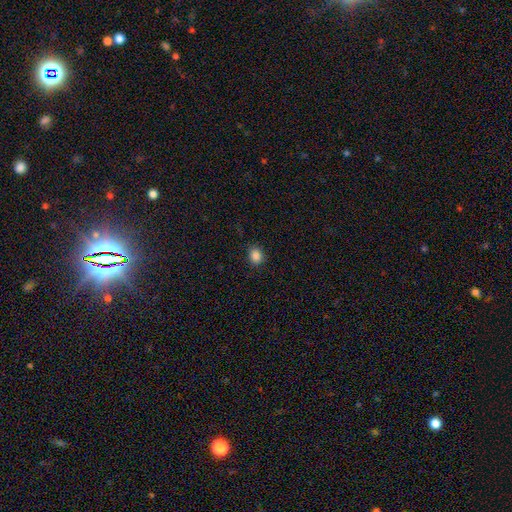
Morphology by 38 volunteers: Smooth or featured? 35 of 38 (92%) said smooth. How rounded? 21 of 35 (60%) said round. Merging? 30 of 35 (86%) said none.